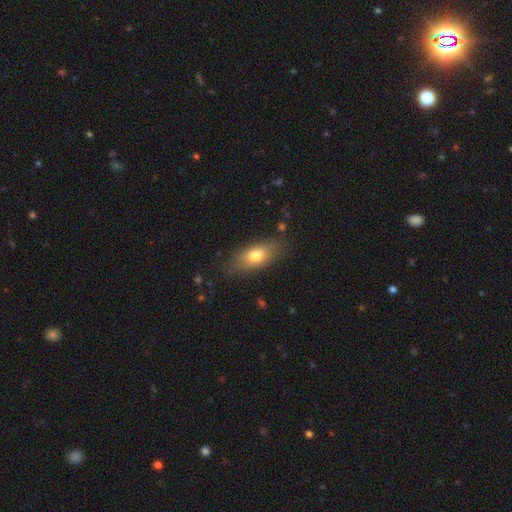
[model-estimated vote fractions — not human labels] Overall: smooth (76%). How rounded: in between (82%). Merging: none (80%).